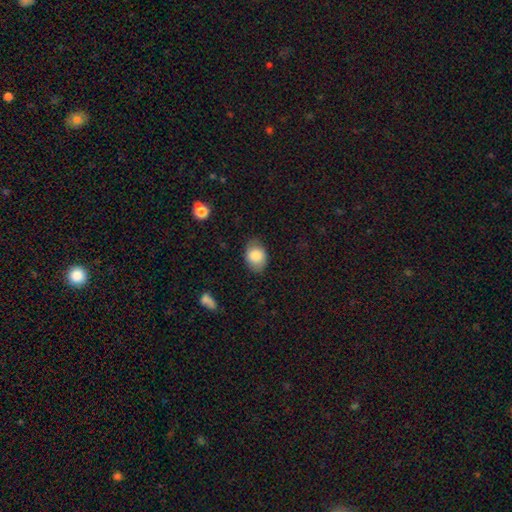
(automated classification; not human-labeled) This is clearly a smooth galaxy (82%). How rounded: likely in between (71%). Merging: likely none (75%).